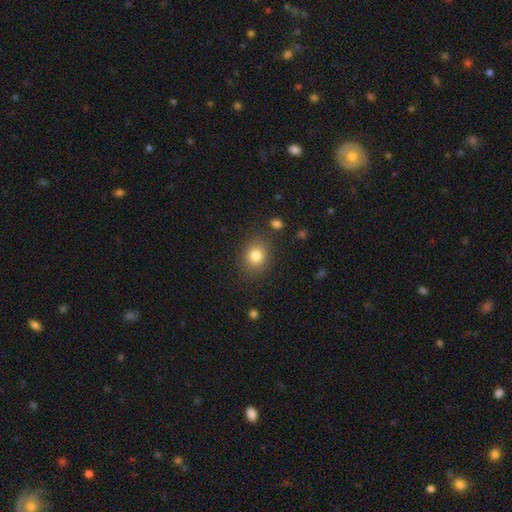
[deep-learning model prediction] Smooth or featured? Predicted: smooth (p=0.81). How rounded? Predicted: round (p=0.62). Merging? Predicted: none (p=0.84).